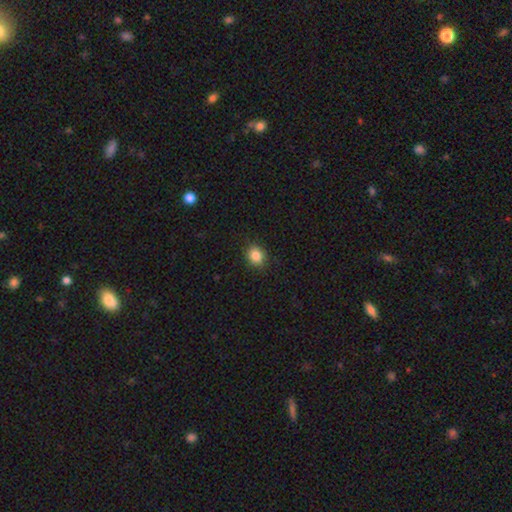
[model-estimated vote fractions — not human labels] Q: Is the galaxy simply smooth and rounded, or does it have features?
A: smooth — 85%.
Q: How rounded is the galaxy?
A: round — 61%.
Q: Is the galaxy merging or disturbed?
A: none — 87%.